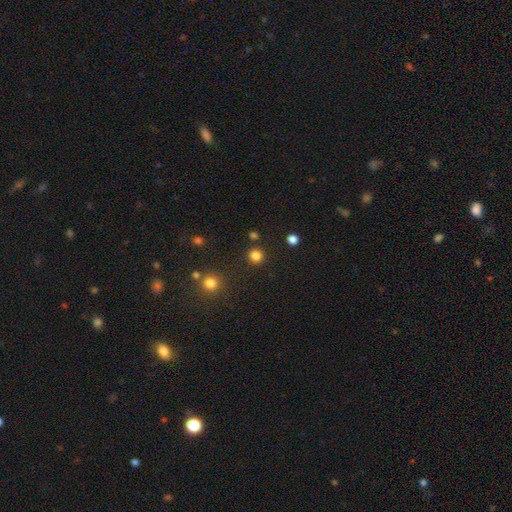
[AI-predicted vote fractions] Smooth or featured? smooth (82%)
How rounded? round (93%)
Merging? none (89%)